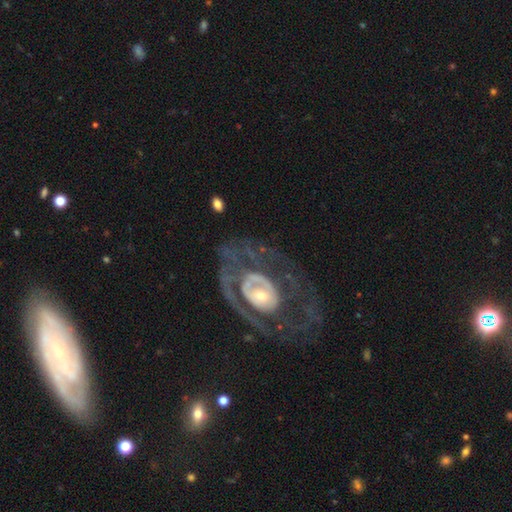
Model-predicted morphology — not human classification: Smooth or featured? featured or disk (79%)
Edge-on disk? no (94%)
Bar? no (69%)
Spiral arms? yes (57%)
Bulge size? moderate (44%)
Merging? none (64%)